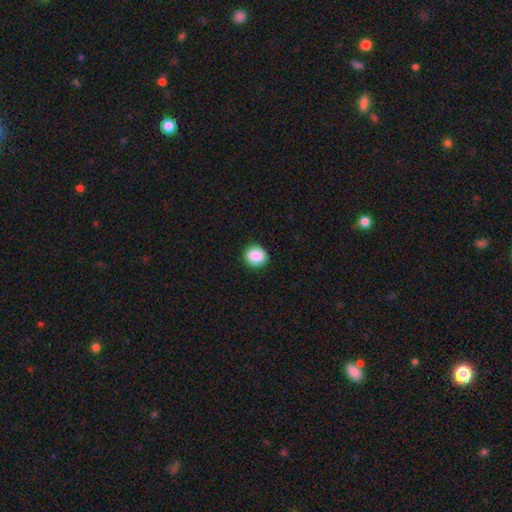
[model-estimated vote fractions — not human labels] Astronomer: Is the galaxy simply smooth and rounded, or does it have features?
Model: smooth — 89%.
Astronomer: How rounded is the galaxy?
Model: round — 83%.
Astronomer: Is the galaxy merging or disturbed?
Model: none — 91%.